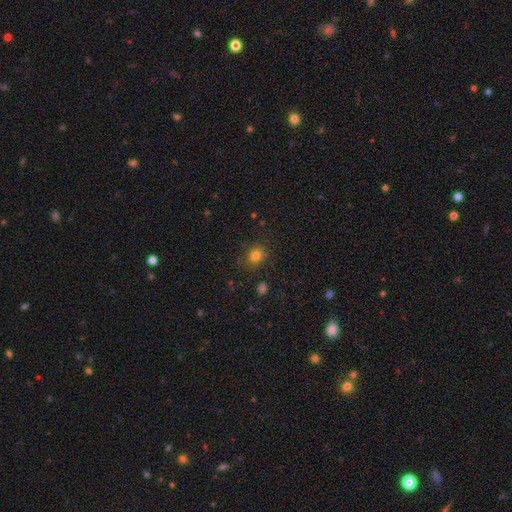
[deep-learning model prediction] Smooth or featured: smooth — 78% (star or artifact — 15%)
How rounded: round — 76% (in between — 23%)
Merging: none — 84% (minor disturbance — 11%)